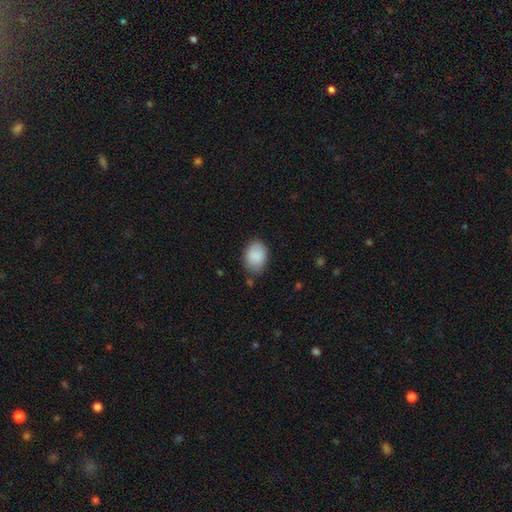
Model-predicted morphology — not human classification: type=smooth (87%); roundness=in between (76%); merging=none (76%).